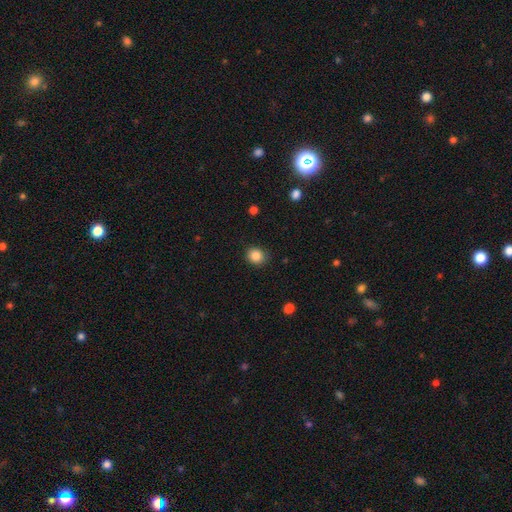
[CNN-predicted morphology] Overall: smooth (86%). How rounded: round (78%). Merging: none (85%).